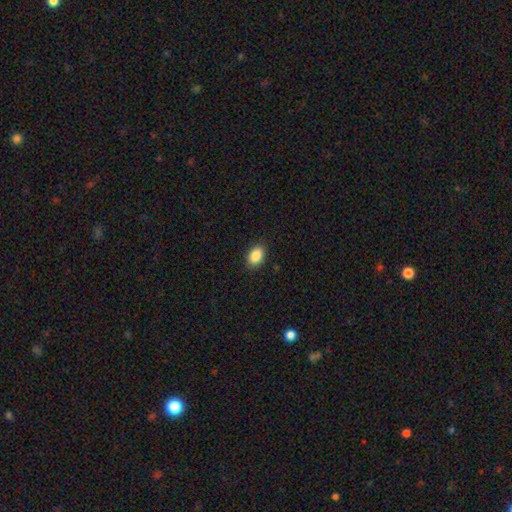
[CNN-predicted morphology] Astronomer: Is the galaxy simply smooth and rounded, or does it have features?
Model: smooth — 89%.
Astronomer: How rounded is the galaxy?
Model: in between — 87%.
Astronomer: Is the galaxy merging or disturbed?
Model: none — 88%.